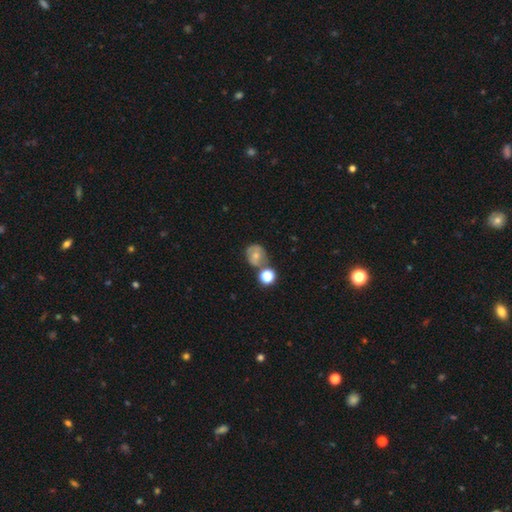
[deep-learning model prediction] A smooth galaxy with no disk features (52%) that is round (69%). Merging: none (50%).